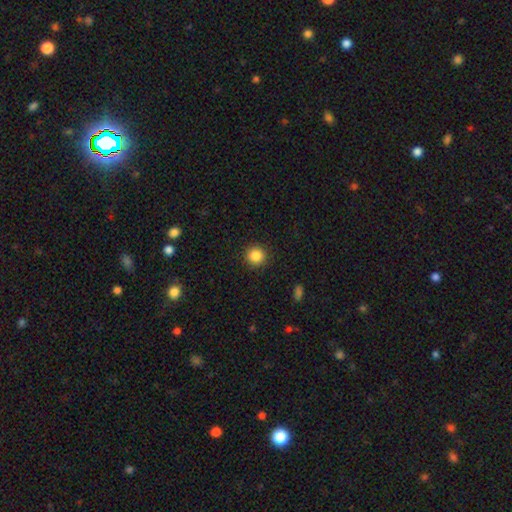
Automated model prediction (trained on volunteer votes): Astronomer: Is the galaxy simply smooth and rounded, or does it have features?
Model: smooth — 85%.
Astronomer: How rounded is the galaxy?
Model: round — 94%.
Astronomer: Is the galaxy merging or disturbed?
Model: none — 92%.